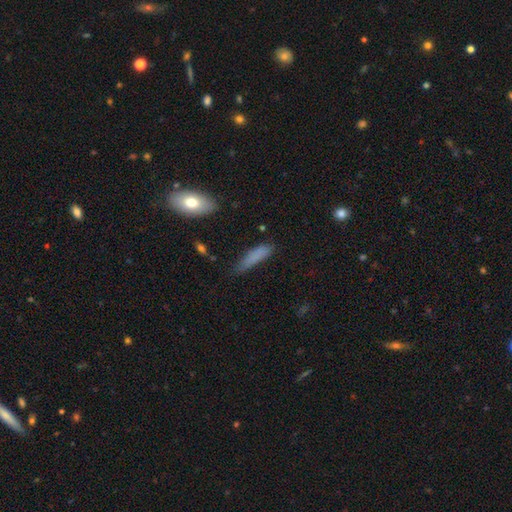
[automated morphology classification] Overall: smooth (79%). How rounded: cigar-shaped (74%). Merging: none (56%; minor disturbance 31%).